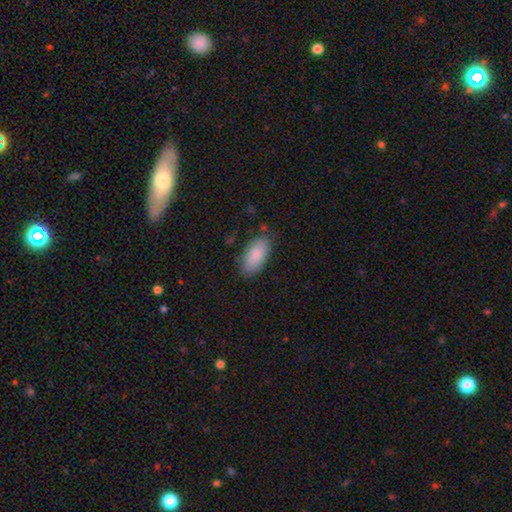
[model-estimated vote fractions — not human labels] Q: Smooth or featured?
A: smooth (86%); runner-up: featured or disk (8%)
Q: How rounded?
A: in between (93%); runner-up: cigar-shaped (4%)
Q: Merging?
A: none (79%); runner-up: minor disturbance (15%)